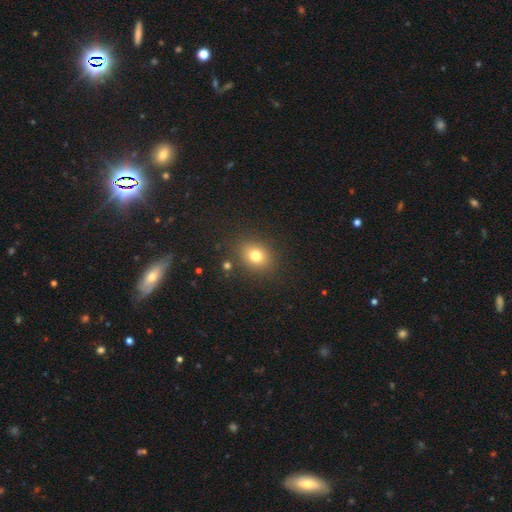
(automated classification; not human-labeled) This is likely a smooth galaxy (77%). How rounded: possibly round (56%). Merging: clearly none (85%).